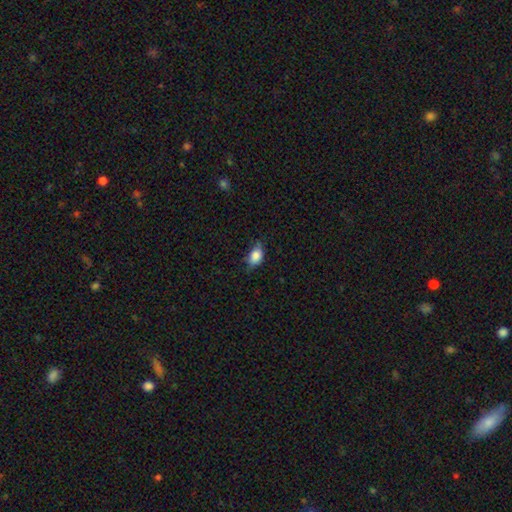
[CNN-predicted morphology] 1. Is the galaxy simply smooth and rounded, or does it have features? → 83% smooth, 9% featured or disk, 8% star or artifact.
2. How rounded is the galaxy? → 83% in between, 15% round, 2% cigar-shaped.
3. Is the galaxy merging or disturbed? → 61% none, 31% minor disturbance, 7% major disturbance, 1% merger.